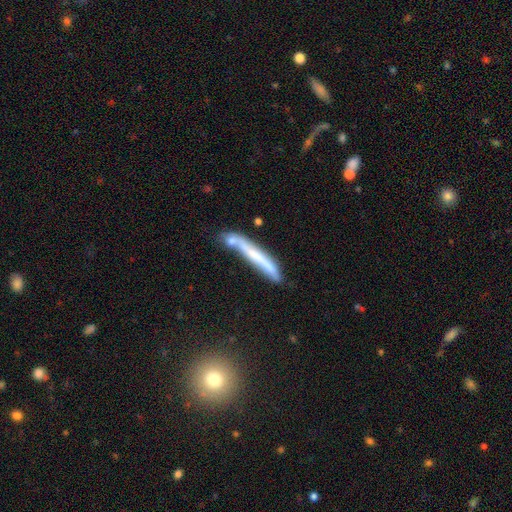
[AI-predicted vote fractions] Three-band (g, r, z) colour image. It shows a smooth galaxy with no disk features (48%). Merging: none (73%).